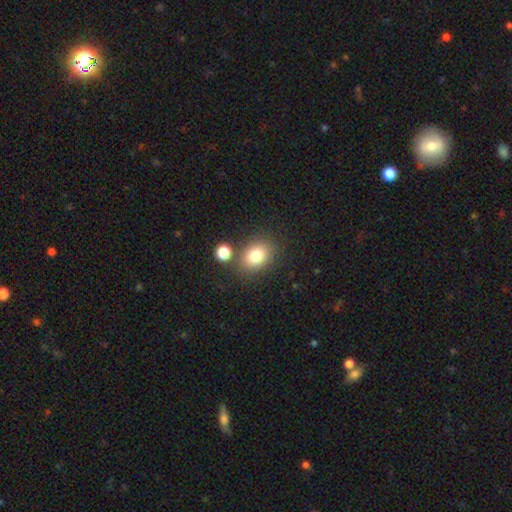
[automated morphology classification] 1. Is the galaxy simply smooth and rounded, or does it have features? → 80% smooth, 10% star or artifact, 9% featured or disk.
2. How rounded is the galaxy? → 64% in between, 34% round, 1% cigar-shaped.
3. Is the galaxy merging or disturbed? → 74% none, 11% minor disturbance, 11% merger, 4% major disturbance.